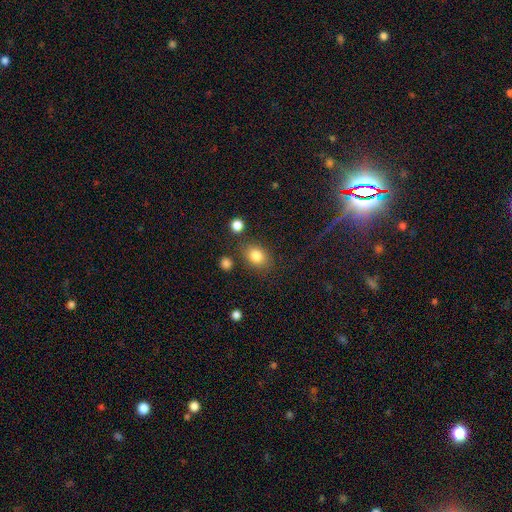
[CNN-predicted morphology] This appears to be a smooth galaxy with no disk features (83%) that is in between round and cigar-shaped (61%). Merging: none (78%).